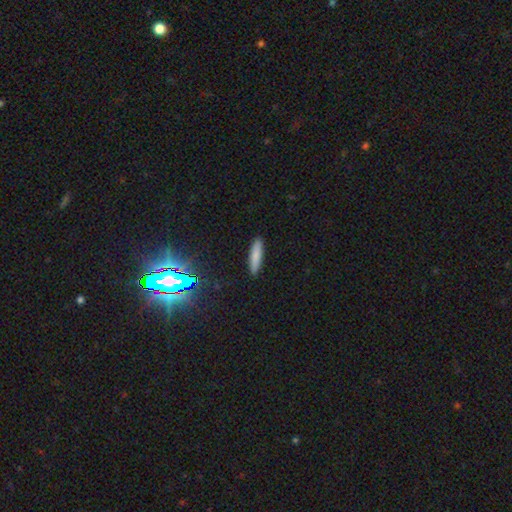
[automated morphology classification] A smooth galaxy with no disk features (80%) that is cigar-shaped (78%).

Vote fractions:
- Smooth or featured? smooth: 80% / featured or disk: 12% / star or artifact: 9%
- How rounded? cigar-shaped: 78% / in between: 21% / round: 2%
- Merging? none: 90% / minor disturbance: 7% / major disturbance: 2% / merger: 1%